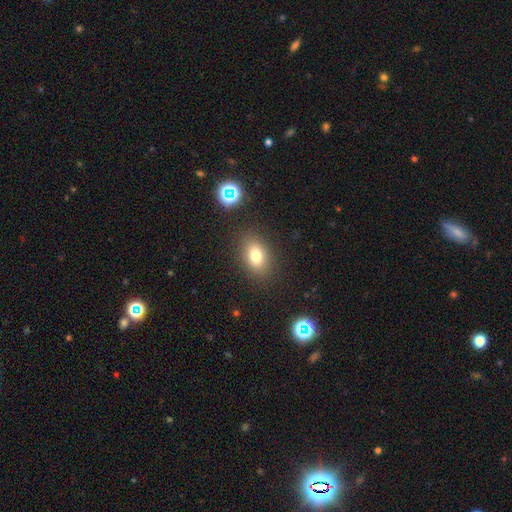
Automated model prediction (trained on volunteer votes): Smooth or featured? smooth (76%)
How rounded? in between (74%)
Merging? none (86%)